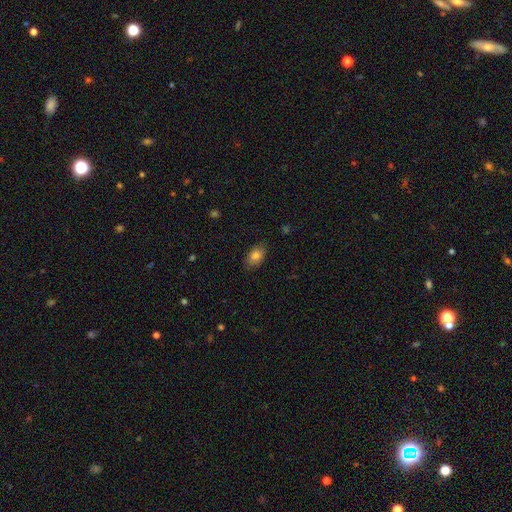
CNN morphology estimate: A smooth galaxy with no disk features (82%) that is in between round and cigar-shaped (88%). Merging: none (84%).